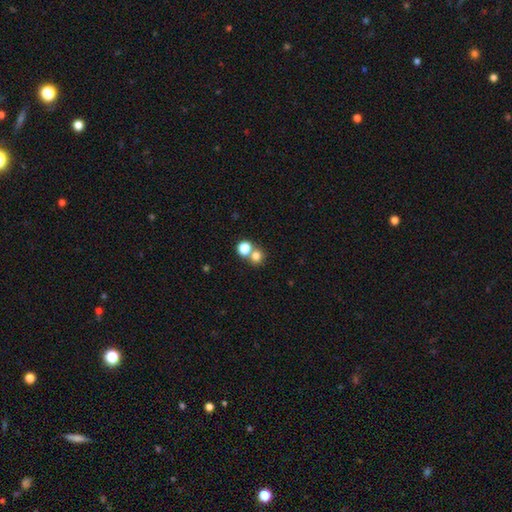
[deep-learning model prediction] Smooth or featured?
  - smooth: 76% *
  - star or artifact: 15%
  - featured or disk: 9%
How rounded?
  - round: 86% *
  - in between: 14%
  - cigar-shaped: 1%
Merging?
  - none: 53% *
  - merger: 38%
  - minor disturbance: 6%
  - major disturbance: 3%